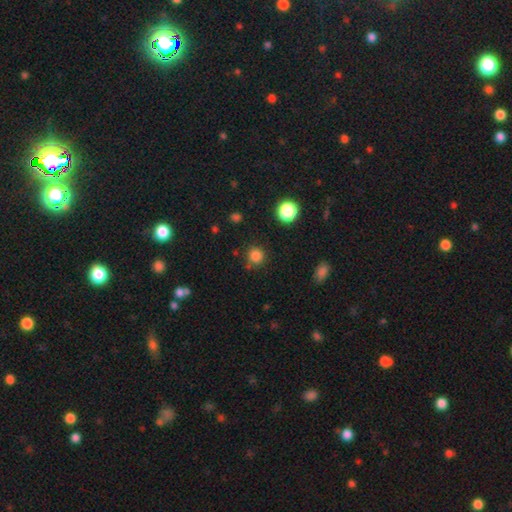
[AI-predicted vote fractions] The model was most divided on "smooth or featured": smooth: 82%, star or artifact: 15%, featured or disk: 4%. More confident: how rounded — round (93%); merging — none (81%).